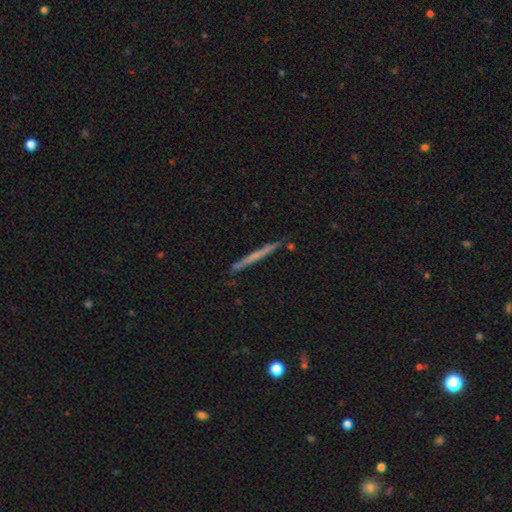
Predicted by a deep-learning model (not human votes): smooth-or-featured: featured or disk: 48% | smooth: 46% | star or artifact: 6%
  merging: none: 89% | minor disturbance: 8% | merger: 2% | major disturbance: 1%